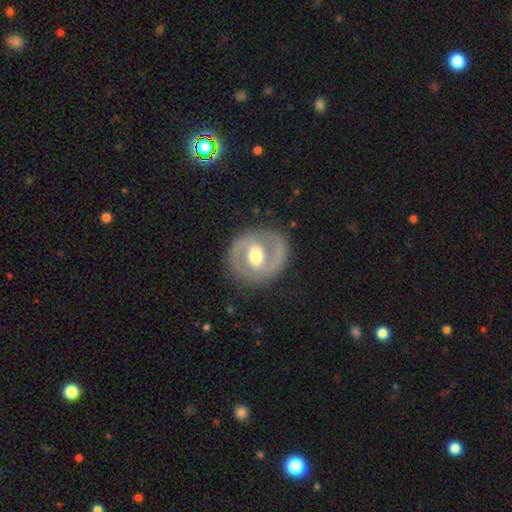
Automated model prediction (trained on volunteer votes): Smooth or featured: featured or disk — 70% (smooth — 25%)
Edge-on disk: no — 97% (yes — 3%)
Bar: weak — 40% (no — 34%)
Spiral arms: yes — 58% (no — 42%)
Bulge size: moderate — 66% (large — 23%)
Merging: none — 83% (minor disturbance — 11%)